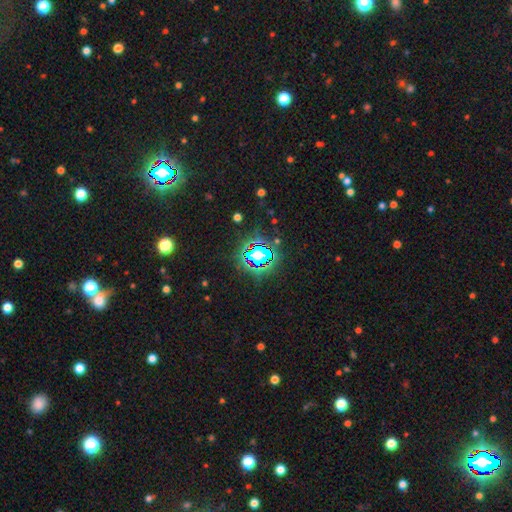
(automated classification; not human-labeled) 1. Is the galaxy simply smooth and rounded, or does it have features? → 67% star or artifact, 21% smooth, 12% featured or disk.